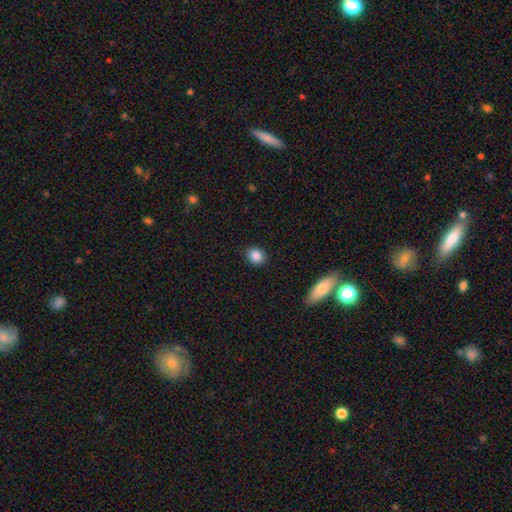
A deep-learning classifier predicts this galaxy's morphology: smooth-or-featured: smooth: 87% | star or artifact: 9% | featured or disk: 4%
  how-rounded: round: 67% | in between: 31% | cigar-shaped: 1%
  merging: none: 88% | minor disturbance: 8% | major disturbance: 2% | merger: 1%